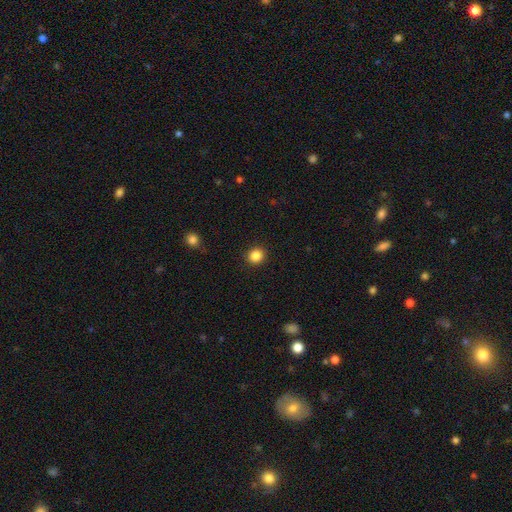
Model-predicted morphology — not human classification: A smooth galaxy with no disk features (86%) that is round (87%).

Vote fractions:
- Smooth or featured? smooth: 86% / star or artifact: 11% / featured or disk: 4%
- How rounded? round: 87% / in between: 12% / cigar-shaped: 1%
- Merging? none: 92% / minor disturbance: 6% / major disturbance: 2% / merger: 1%